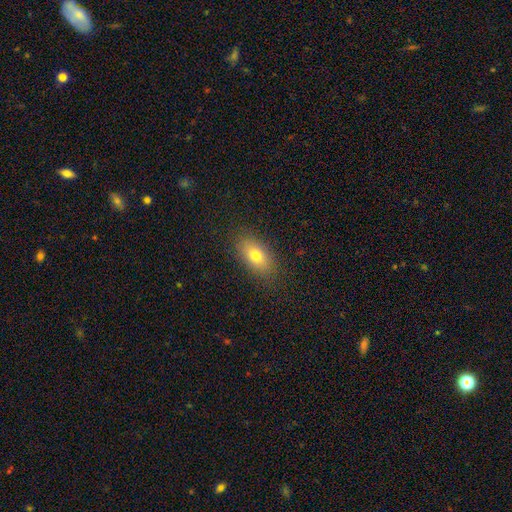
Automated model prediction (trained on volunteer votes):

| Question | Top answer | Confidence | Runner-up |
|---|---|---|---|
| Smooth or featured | smooth | 76% | featured or disk (15%) |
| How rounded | in between | 88% | round (6%) |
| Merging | none | 86% | minor disturbance (10%) |